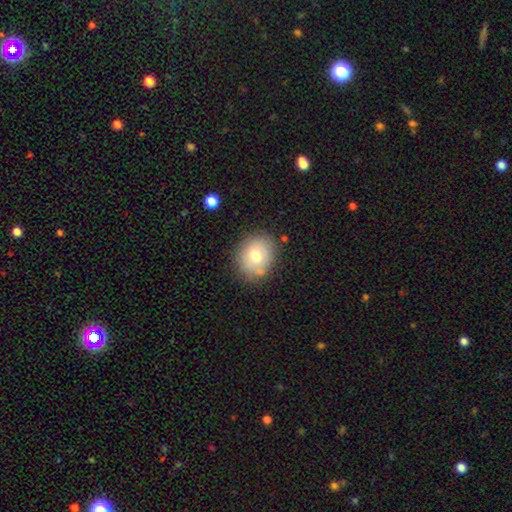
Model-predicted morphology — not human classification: The model was most divided on "how rounded": round: 55%, in between: 44%, cigar-shaped: 1%. More confident: merging — none (77%); smooth or featured — smooth (74%).